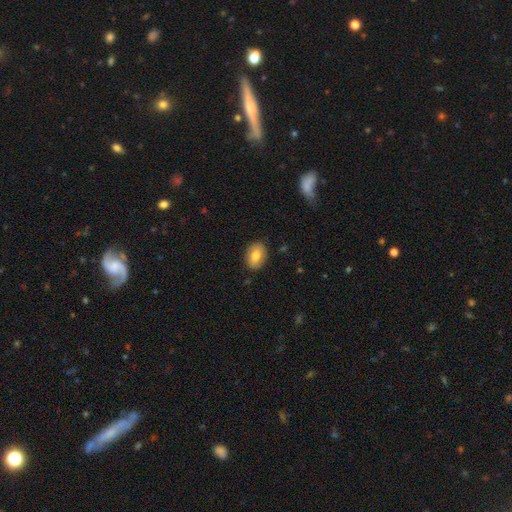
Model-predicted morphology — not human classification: Overall: smooth (75%). How rounded: in between (75%). Merging: none (85%).